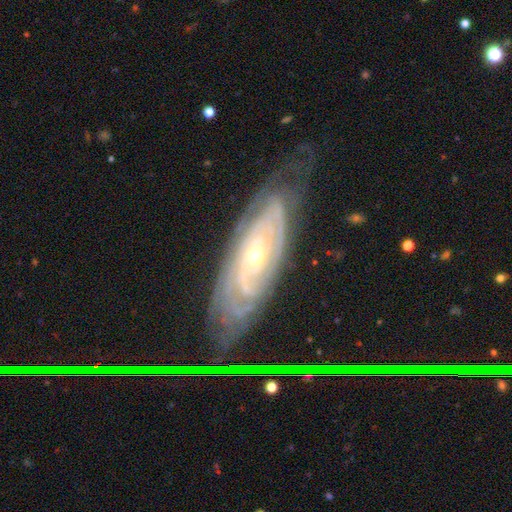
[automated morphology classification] featured or disk 82%, smooth 10%, star or artifact 8%. Down the decision tree: edge-on disk — no (83%); bar — no (69%); spiral arms — yes (91%); spiral arm count — can't tell (57%); spiral winding — tight (79%); bulge size — small (61%); merging — none (74%).